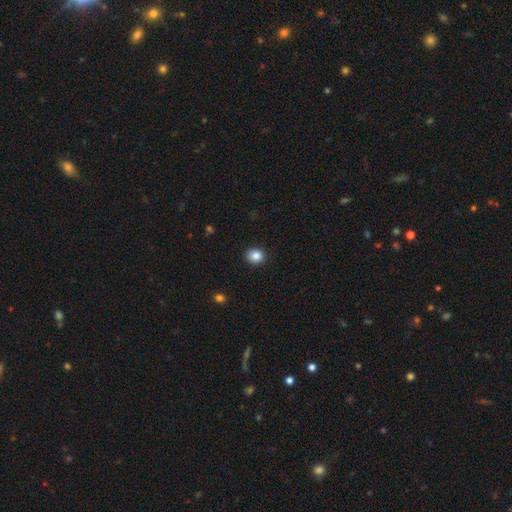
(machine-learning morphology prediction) A smooth galaxy with no disk features (87%) that is round (74%). Merging: none (90%).